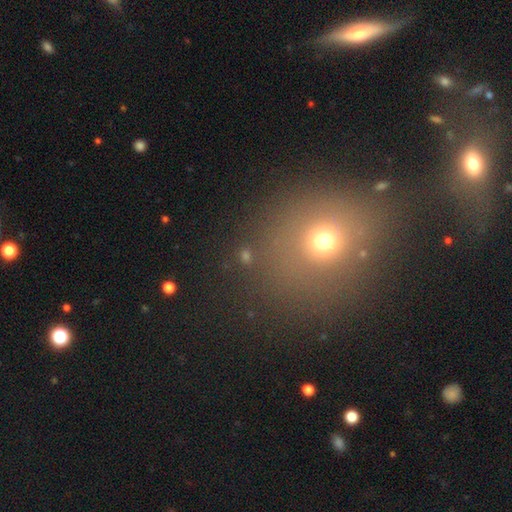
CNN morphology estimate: Smooth or featured? Predicted: smooth (p=0.54). How rounded? Predicted: round (p=0.75). Merging? Predicted: none (p=0.74).